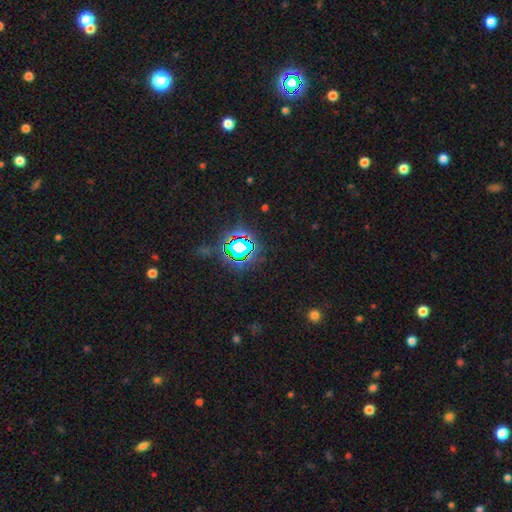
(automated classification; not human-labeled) This appears to be a star or artifact, not a galaxy (80%).